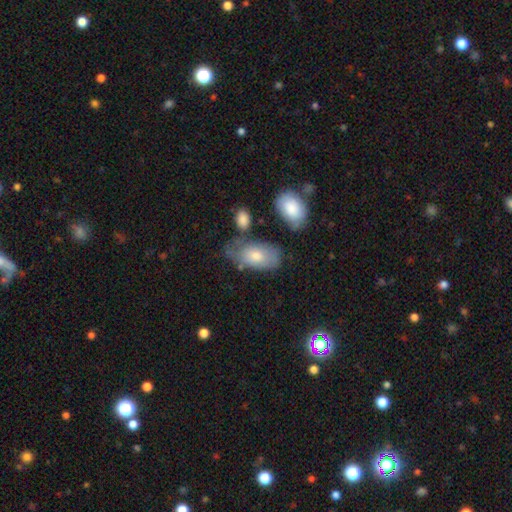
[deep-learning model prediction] smooth 66%, featured or disk 27%, star or artifact 8%. Down the decision tree: how rounded — in between (93%); merging — none (46%).